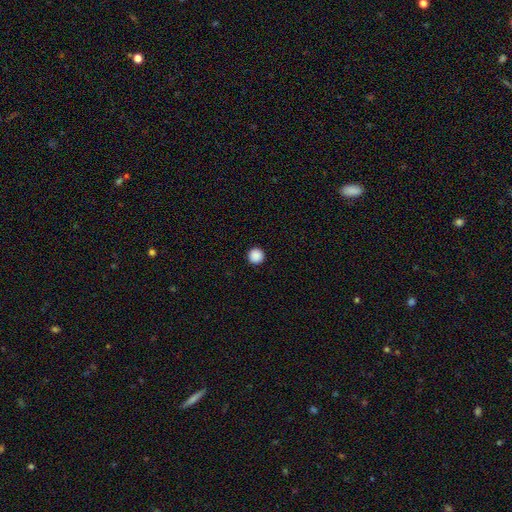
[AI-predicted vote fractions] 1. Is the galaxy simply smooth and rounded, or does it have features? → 89% smooth, 9% star or artifact, 2% featured or disk.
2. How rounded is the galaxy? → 97% round, 2% in between, 1% cigar-shaped.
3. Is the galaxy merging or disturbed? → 94% none, 4% minor disturbance, 1% major disturbance, 1% merger.